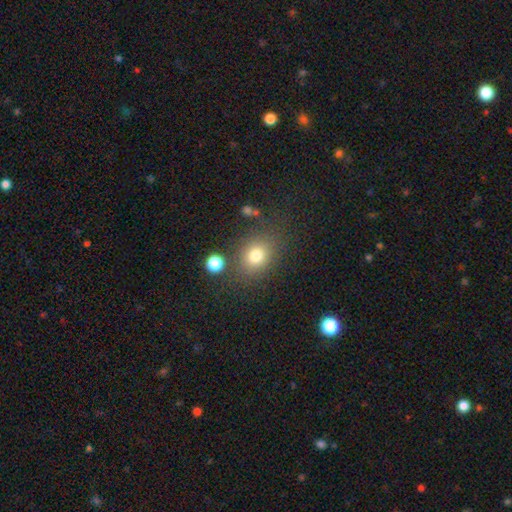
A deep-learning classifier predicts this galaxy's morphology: This is likely a smooth galaxy (77%). How rounded: possibly round (55%). Merging: likely none (75%).